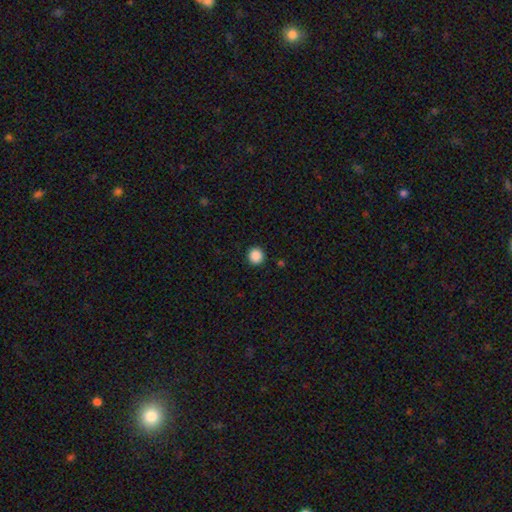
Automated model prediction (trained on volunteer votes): Smooth or featured? smooth (88%)
How rounded? round (94%)
Merging? none (93%)